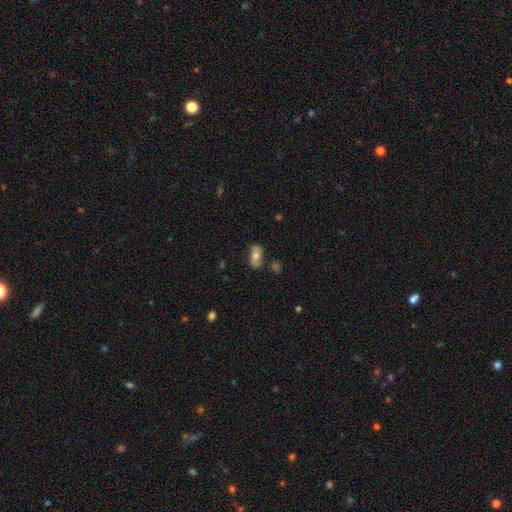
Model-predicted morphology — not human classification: This is possibly a smooth galaxy (55%). How rounded: clearly in between (87%). Merging: likely none (71%).